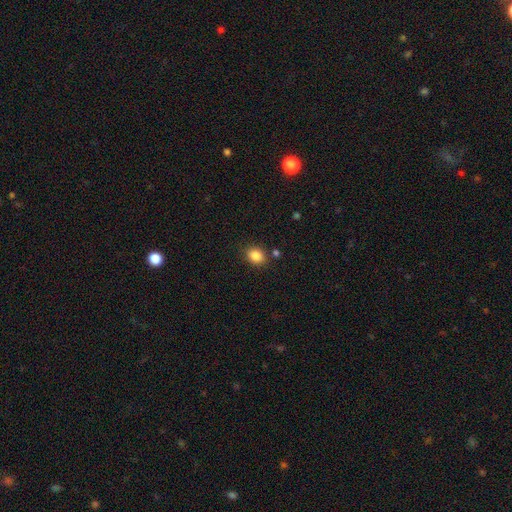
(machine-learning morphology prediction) type=smooth (86%); roundness=round (53%); merging=none (83%).